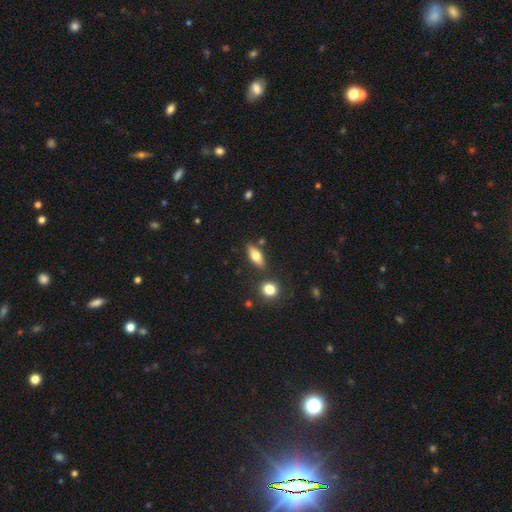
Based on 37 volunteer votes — A smooth galaxy with no disk features (65%) that is in between round and cigar-shaped (79%). Merging: none (86%).